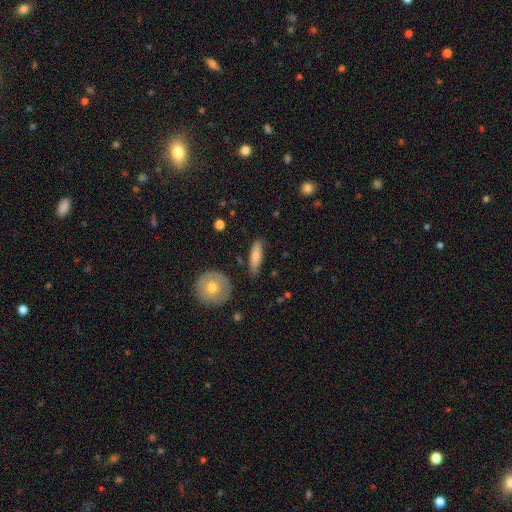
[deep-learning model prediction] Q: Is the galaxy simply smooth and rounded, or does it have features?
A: smooth — 75%.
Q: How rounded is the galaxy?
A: cigar-shaped — 60%.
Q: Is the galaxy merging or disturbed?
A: none — 83%.